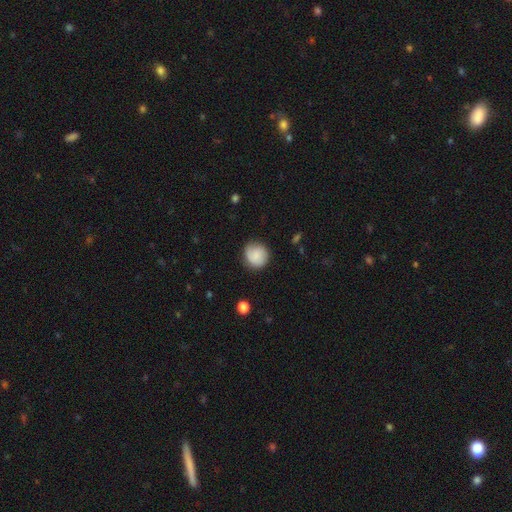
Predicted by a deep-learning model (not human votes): smooth-or-featured: smooth: 79% | featured or disk: 14% | star or artifact: 7%
  how-rounded: round: 89% | in between: 10% | cigar-shaped: 1%
  merging: none: 79% | minor disturbance: 16% | major disturbance: 4% | merger: 1%